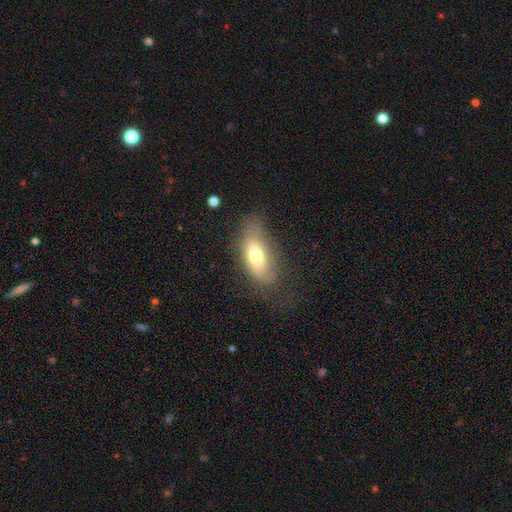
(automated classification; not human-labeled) smooth 65%, featured or disk 26%, star or artifact 8%. Down the decision tree: how rounded — in between (81%); merging — none (54%).